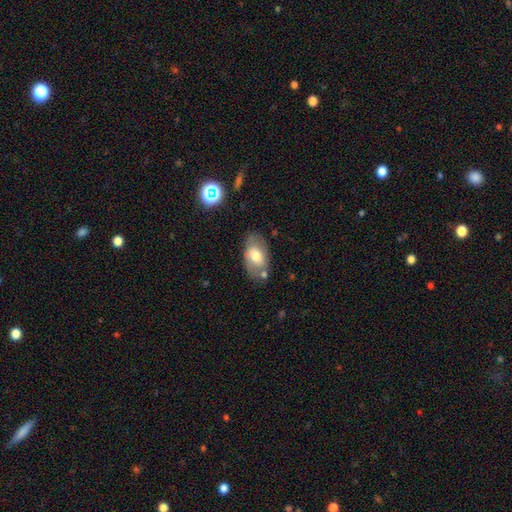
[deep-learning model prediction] Morphology: type=smooth (59%); roundness=in between (91%); merging=none (65%).